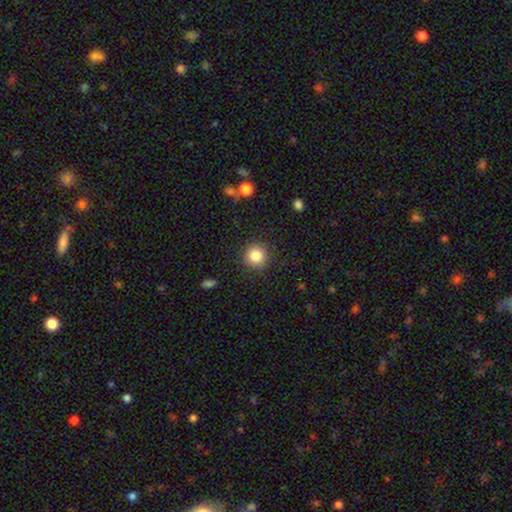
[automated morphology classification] Smooth or featured? smooth (84%)
How rounded? round (94%)
Merging? none (90%)